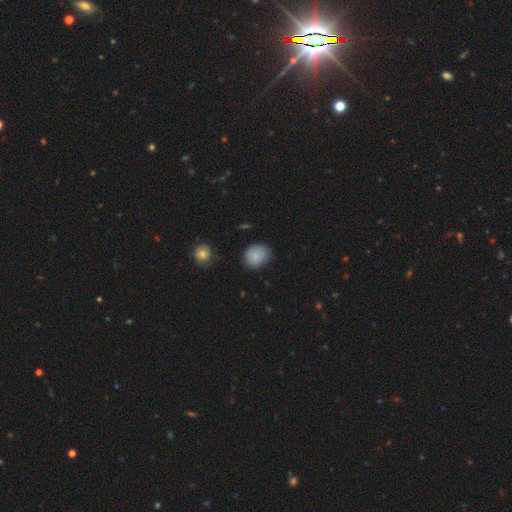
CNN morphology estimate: This appears to be a smooth galaxy with no disk features (80%) that is round (60%). Merging: none (76%).